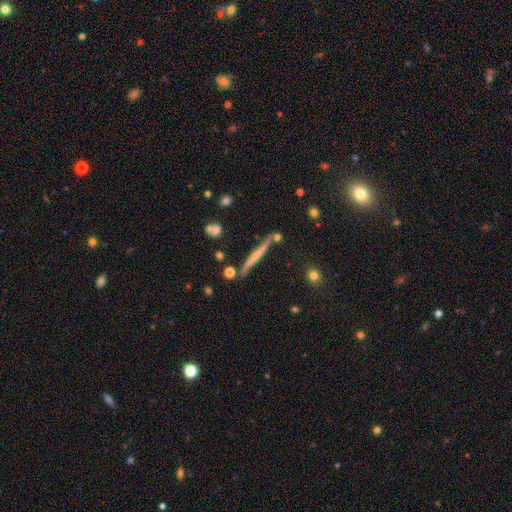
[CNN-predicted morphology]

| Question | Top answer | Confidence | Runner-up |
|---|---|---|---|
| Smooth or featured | featured or disk | 55% | smooth (37%) |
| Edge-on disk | yes | 96% | no (4%) |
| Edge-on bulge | none | 69% | rounded (21%) |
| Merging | none | 81% | minor disturbance (11%) |